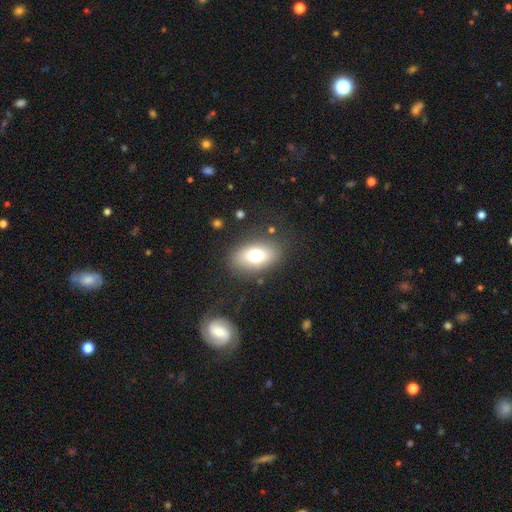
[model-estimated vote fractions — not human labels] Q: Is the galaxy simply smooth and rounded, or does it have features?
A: smooth — 73%.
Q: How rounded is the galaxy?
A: in between — 84%.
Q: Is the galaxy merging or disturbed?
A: none — 81%.